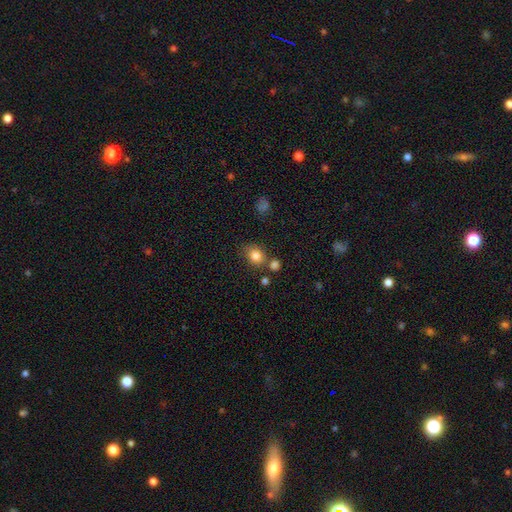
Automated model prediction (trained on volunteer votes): Smooth or featured: smooth — 83% (star or artifact — 11%)
How rounded: round — 64% (in between — 35%)
Merging: none — 67% (minor disturbance — 15%)